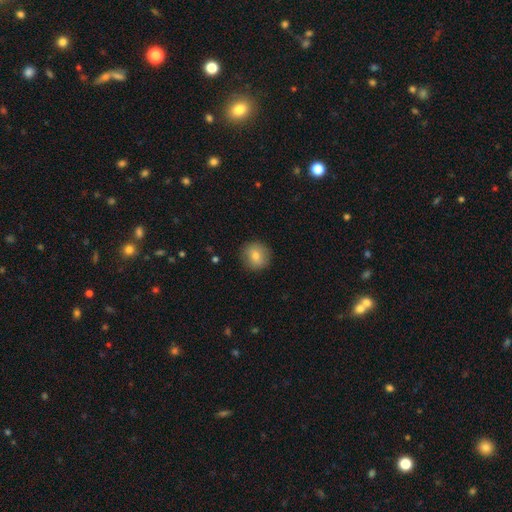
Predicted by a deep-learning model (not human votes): This is likely a smooth galaxy (74%). How rounded: clearly round (92%). Merging: clearly none (89%).